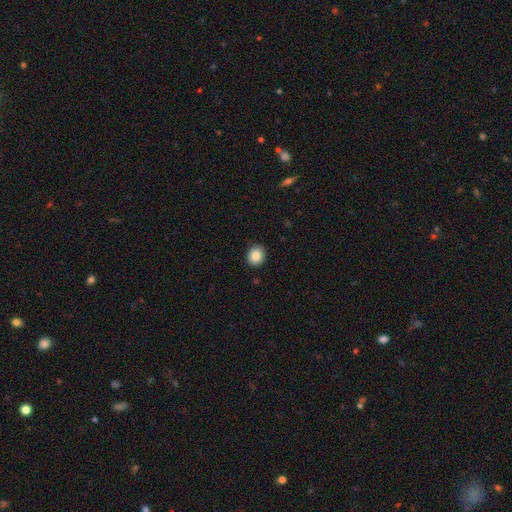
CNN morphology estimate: Smooth or featured?
  - smooth: 86% *
  - star or artifact: 9%
  - featured or disk: 5%
How rounded?
  - round: 73% *
  - in between: 26%
  - cigar-shaped: 1%
Merging?
  - none: 91% *
  - minor disturbance: 7%
  - major disturbance: 2%
  - merger: 1%